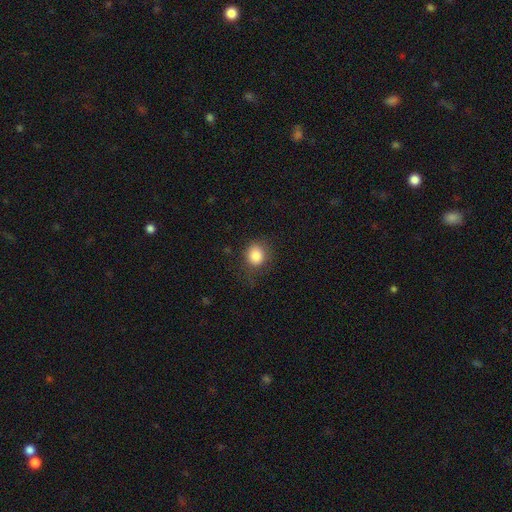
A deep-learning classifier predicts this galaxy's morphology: smooth_or_featured: smooth (p=0.85) [alt: star or artifact p=0.09]
how_rounded: round (p=0.71) [alt: in between p=0.28]
merging: none (p=0.73) [alt: minor disturbance p=0.18]